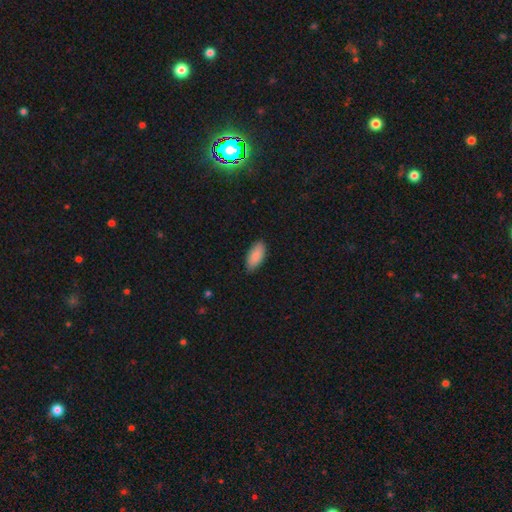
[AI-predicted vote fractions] Smooth or featured? Predicted: smooth (p=0.89). How rounded? Predicted: in between (p=0.91). Merging? Predicted: none (p=0.85).